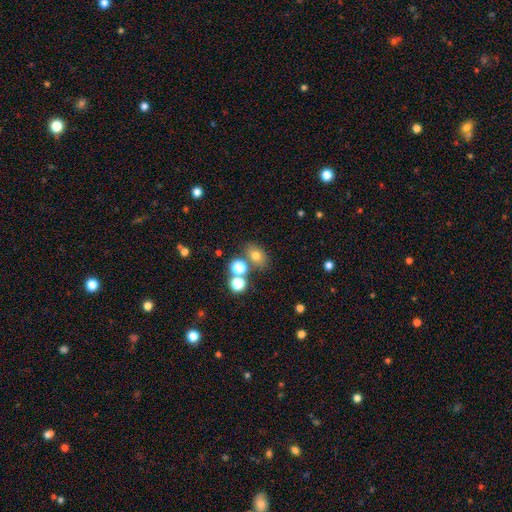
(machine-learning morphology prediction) smooth-or-featured: smooth: 72% | star or artifact: 17% | featured or disk: 11%
  how-rounded: in between: 59% | round: 40% | cigar-shaped: 1%
  merging: none: 68% | merger: 17% | minor disturbance: 11% | major disturbance: 4%